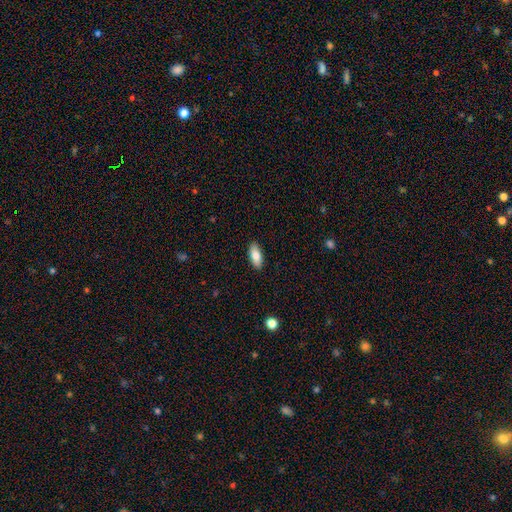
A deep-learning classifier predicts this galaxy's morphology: Q: Smooth or featured?
A: smooth (83%); runner-up: featured or disk (10%)
Q: How rounded?
A: in between (84%); runner-up: cigar-shaped (14%)
Q: Merging?
A: none (89%); runner-up: minor disturbance (8%)